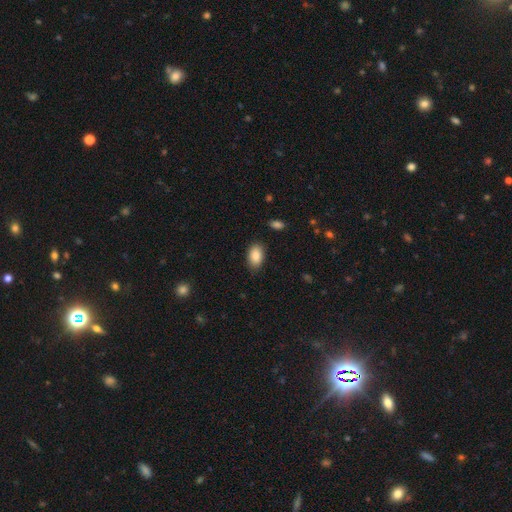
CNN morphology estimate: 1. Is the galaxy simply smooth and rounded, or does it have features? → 87% smooth, 7% star or artifact, 6% featured or disk.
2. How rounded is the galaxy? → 91% in between, 8% round, 1% cigar-shaped.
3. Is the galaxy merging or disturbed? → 85% none, 11% minor disturbance, 3% major disturbance, 1% merger.